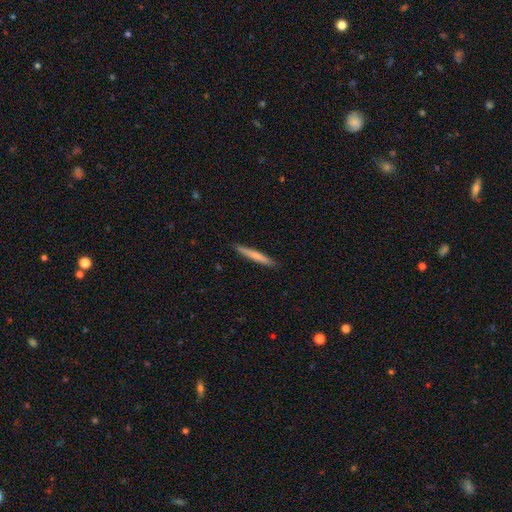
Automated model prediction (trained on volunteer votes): smooth-or-featured: smooth: 67% | featured or disk: 28% | star or artifact: 5%
  how-rounded: cigar-shaped: 96% | in between: 3% | round: 1%
  merging: none: 91% | minor disturbance: 7% | major disturbance: 1% | merger: 1%